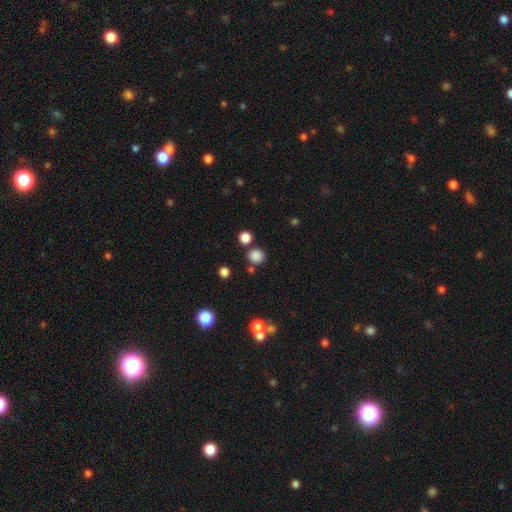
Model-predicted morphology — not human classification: A smooth galaxy with no disk features (83%) that is round (89%).

Vote fractions:
- Smooth or featured? smooth: 83% / star or artifact: 13% / featured or disk: 4%
- How rounded? round: 89% / in between: 10% / cigar-shaped: 1%
- Merging? none: 79% / merger: 10% / minor disturbance: 8% / major disturbance: 3%